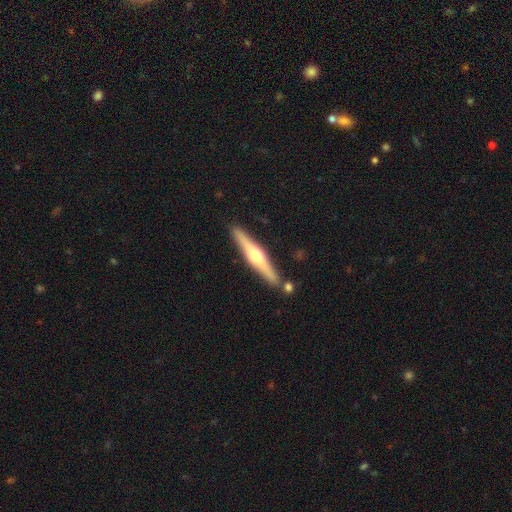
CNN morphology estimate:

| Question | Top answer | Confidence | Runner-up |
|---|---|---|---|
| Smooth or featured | featured or disk | 68% | smooth (27%) |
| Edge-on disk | yes | 97% | no (3%) |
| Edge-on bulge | rounded | 92% | none (4%) |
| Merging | none | 84% | minor disturbance (9%) |